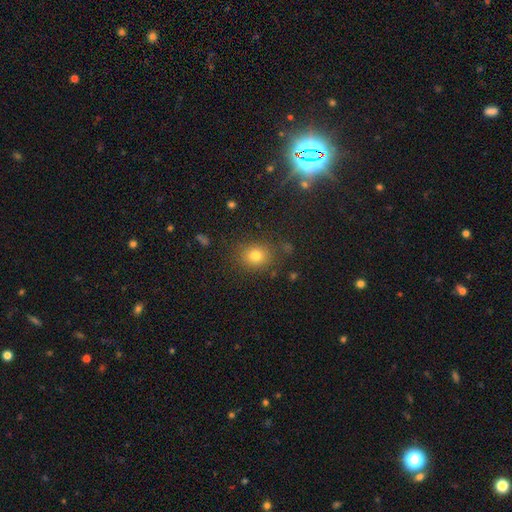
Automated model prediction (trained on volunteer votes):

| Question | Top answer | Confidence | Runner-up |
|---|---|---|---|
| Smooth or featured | smooth | 77% | star or artifact (15%) |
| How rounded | round | 70% | in between (29%) |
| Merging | none | 82% | minor disturbance (11%) |